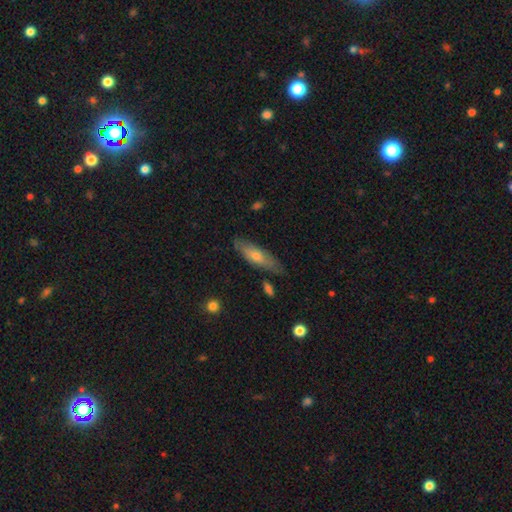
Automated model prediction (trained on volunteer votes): Morphology: type=smooth (56%); roundness=cigar-shaped (53%); merging=none (75%).